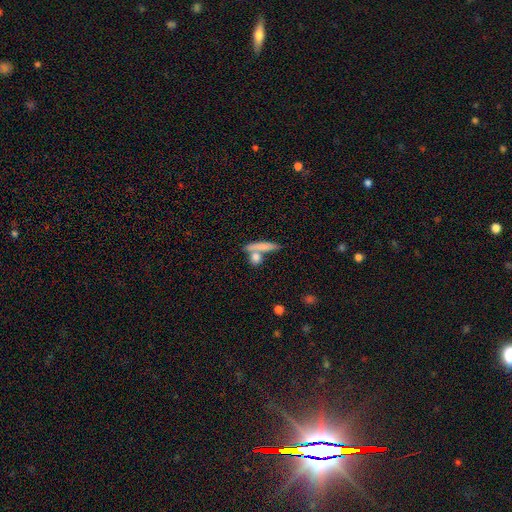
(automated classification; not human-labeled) Smooth or featured: smooth — 77% (featured or disk — 15%)
How rounded: cigar-shaped — 41% (round — 31%)
Merging: none — 55% (merger — 30%)